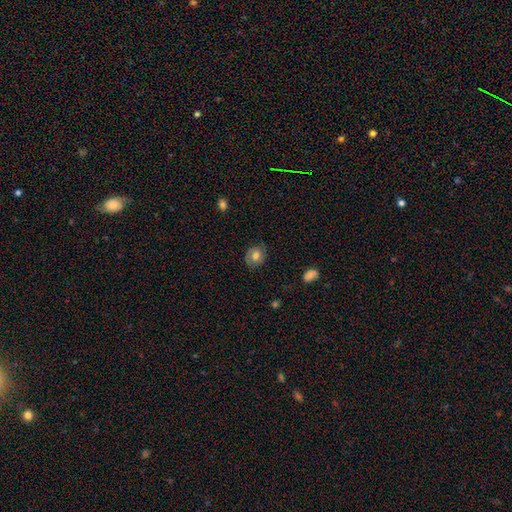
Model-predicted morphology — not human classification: Overall: smooth (65%; featured or disk 26%). How rounded: round (66%; in between 33%). Merging: none (80%).